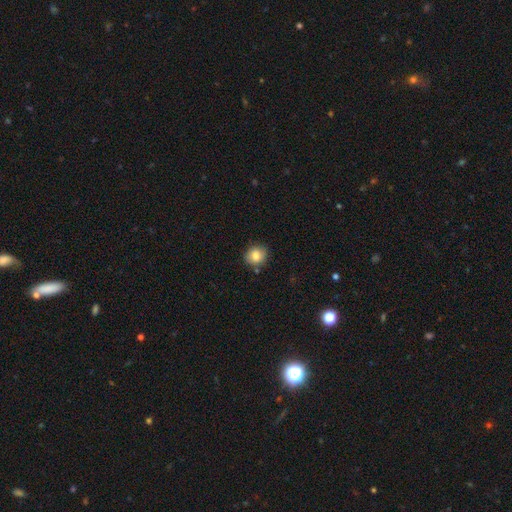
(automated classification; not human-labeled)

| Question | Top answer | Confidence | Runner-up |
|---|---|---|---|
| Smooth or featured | smooth | 83% | star or artifact (9%) |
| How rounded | round | 73% | in between (26%) |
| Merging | none | 83% | minor disturbance (11%) |